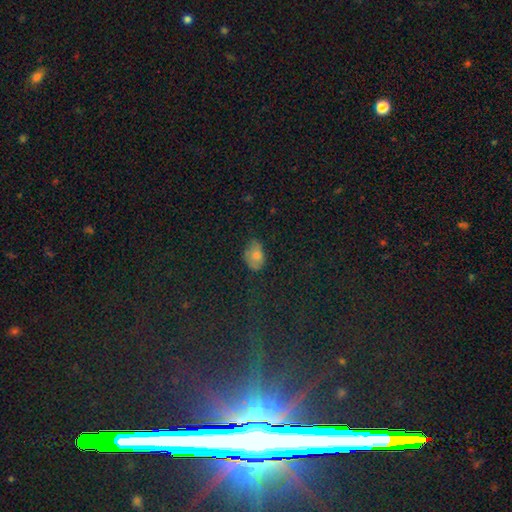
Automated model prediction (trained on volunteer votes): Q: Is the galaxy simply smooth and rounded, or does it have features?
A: smooth — 75%.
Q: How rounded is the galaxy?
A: in between — 82%.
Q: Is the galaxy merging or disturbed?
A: none — 53%.